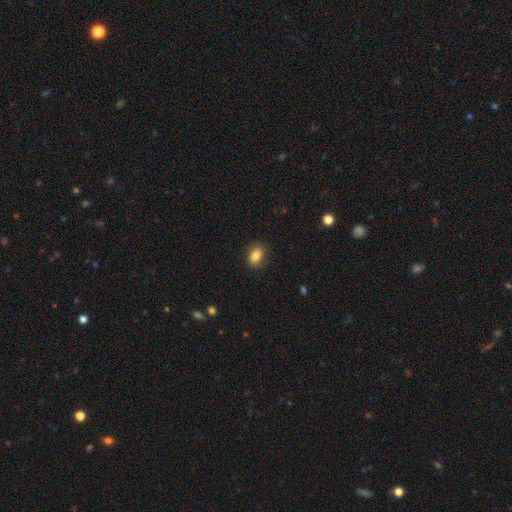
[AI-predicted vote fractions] Smooth or featured? smooth (81%)
How rounded? in between (82%)
Merging? none (82%)